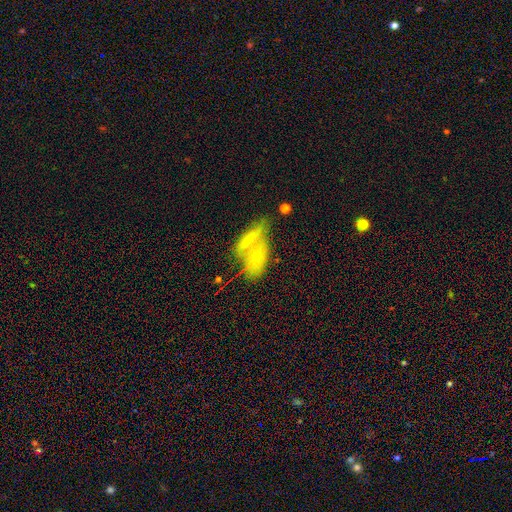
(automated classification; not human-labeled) Smooth or featured?
  - smooth: 52% *
  - featured or disk: 37%
  - star or artifact: 11%
How rounded?
  - in between: 64% *
  - cigar-shaped: 24%
  - round: 12%
Merging?
  - none: 40% *
  - merger: 38%
  - minor disturbance: 14%
  - major disturbance: 8%